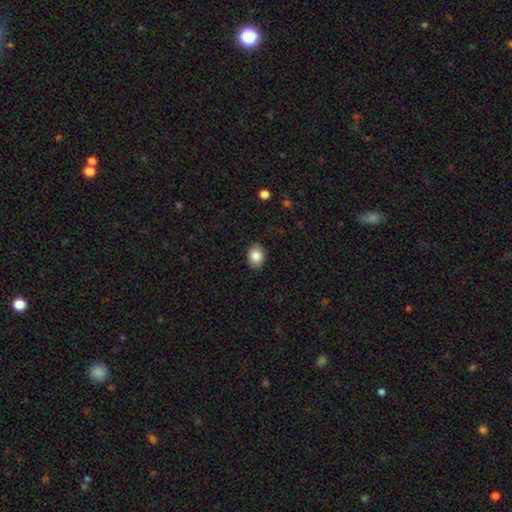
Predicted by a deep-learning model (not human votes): smooth-or-featured: smooth: 85% | star or artifact: 9% | featured or disk: 6%
  how-rounded: in between: 58% | round: 41% | cigar-shaped: 1%
  merging: none: 86% | minor disturbance: 11% | major disturbance: 2% | merger: 1%